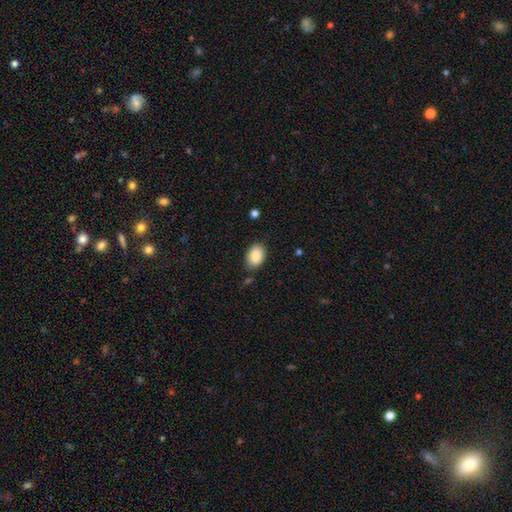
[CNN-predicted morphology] Smooth or featured? Predicted: smooth (p=0.86). How rounded? Predicted: in between (p=0.86). Merging? Predicted: none (p=0.80).